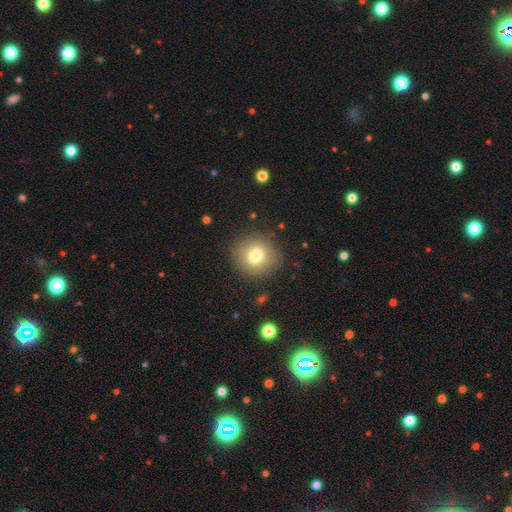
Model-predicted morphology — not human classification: This appears to be a smooth galaxy with no disk features (74%) that is round (85%). Merging: none (86%).